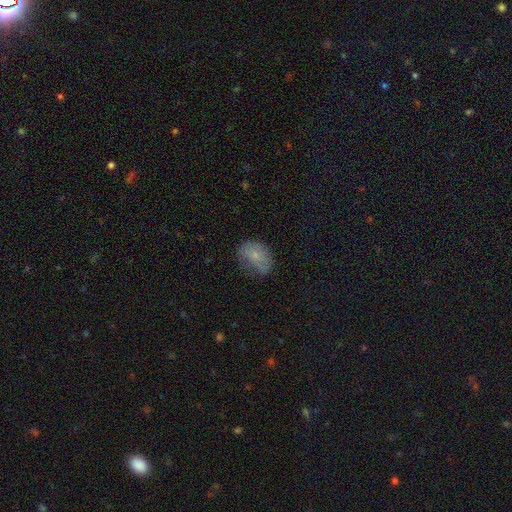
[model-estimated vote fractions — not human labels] This appears to be a smooth galaxy with no disk features (73%) that is in between round and cigar-shaped (77%). Merging: none (50%).